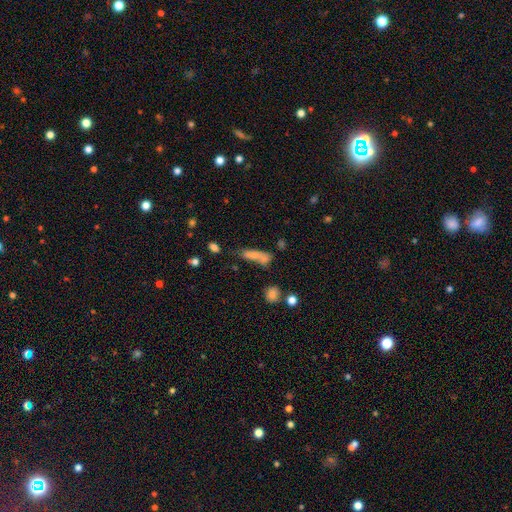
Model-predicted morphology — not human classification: type=smooth (73%); roundness=cigar-shaped (63%); merging=none (43%).